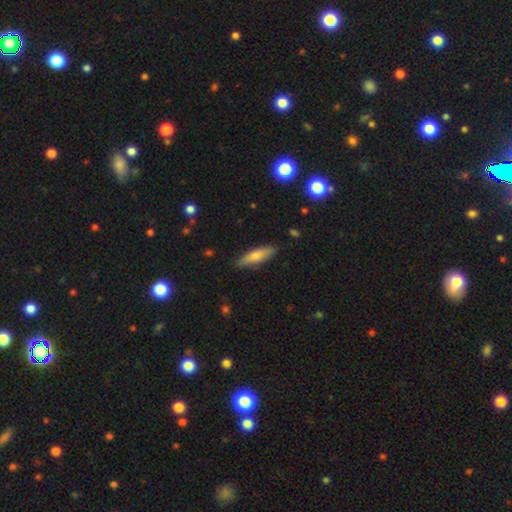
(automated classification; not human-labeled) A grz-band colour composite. It shows a smooth galaxy with no disk features (65%) that is cigar-shaped (70%). Merging: none (87%).